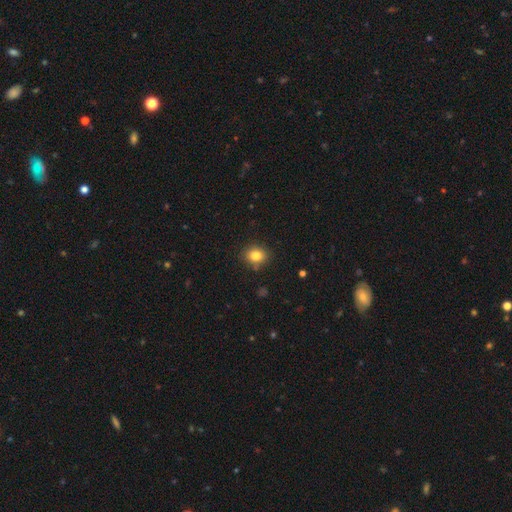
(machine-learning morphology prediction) smooth-or-featured: smooth: 83% | star or artifact: 11% | featured or disk: 7%
  how-rounded: round: 63% | in between: 36% | cigar-shaped: 1%
  merging: none: 86% | minor disturbance: 10% | major disturbance: 2% | merger: 2%